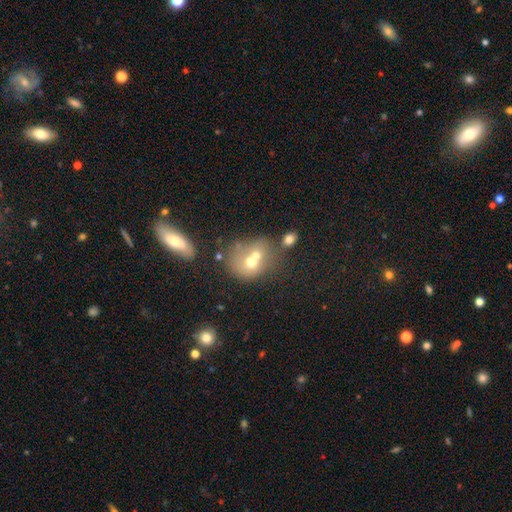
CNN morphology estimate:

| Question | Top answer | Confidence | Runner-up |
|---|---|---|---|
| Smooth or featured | smooth | 59% | featured or disk (28%) |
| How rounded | round | 66% | in between (33%) |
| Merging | merger | 64% | none (23%) |